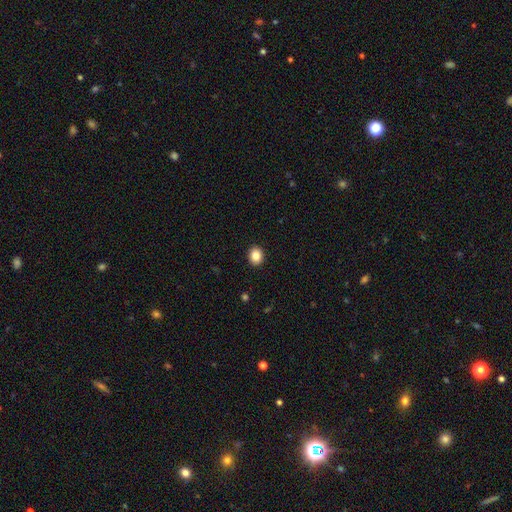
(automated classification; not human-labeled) Smooth or featured? Predicted: smooth (p=0.85). How rounded? Predicted: round (p=0.63). Merging? Predicted: none (p=0.92).